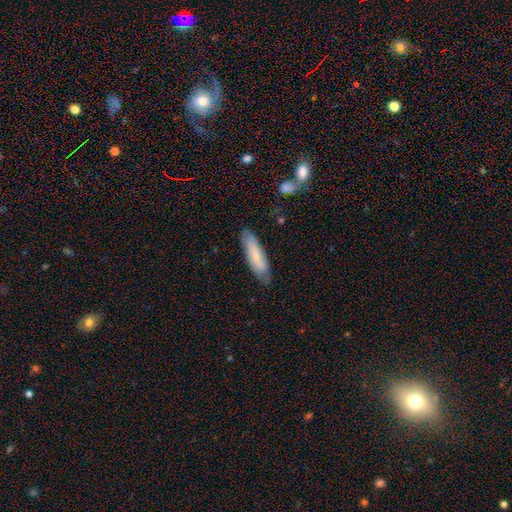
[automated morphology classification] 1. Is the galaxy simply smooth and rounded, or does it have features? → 67% smooth, 27% featured or disk, 6% star or artifact.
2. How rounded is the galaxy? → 63% cigar-shaped, 36% in between, 2% round.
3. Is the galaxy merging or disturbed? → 78% none, 17% minor disturbance, 3% major disturbance, 2% merger.